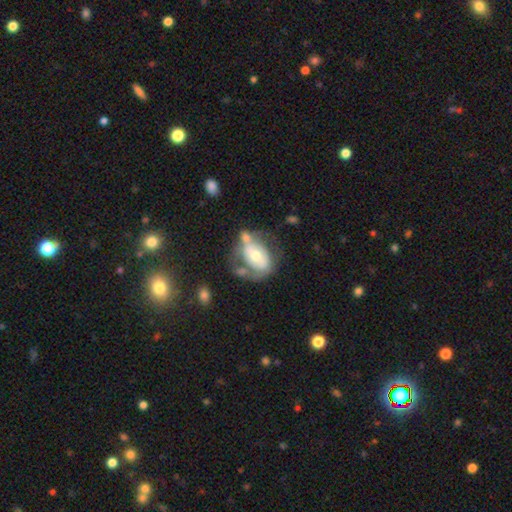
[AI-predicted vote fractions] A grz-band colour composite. It shows a featured or disk galaxy (54%) with no bar (60%), no spiral arms (62%) and a moderate central bulge (62%). Merging: none (32%).